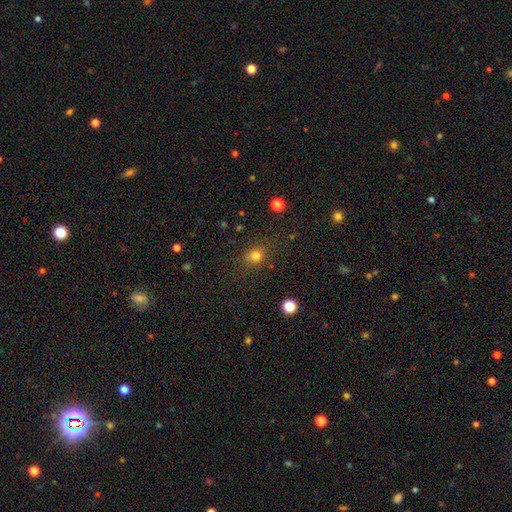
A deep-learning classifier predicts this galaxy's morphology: Smooth or featured? Predicted: smooth (p=0.80). How rounded? Predicted: round (p=0.59). Merging? Predicted: none (p=0.80).